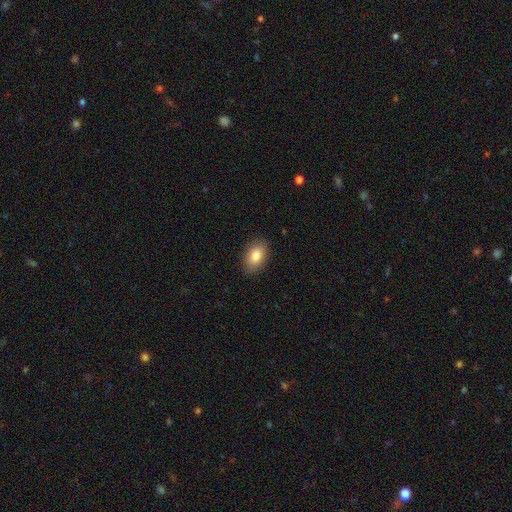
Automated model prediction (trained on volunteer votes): A smooth galaxy with no disk features (83%) that is in between round and cigar-shaped (89%). Merging: none (88%).